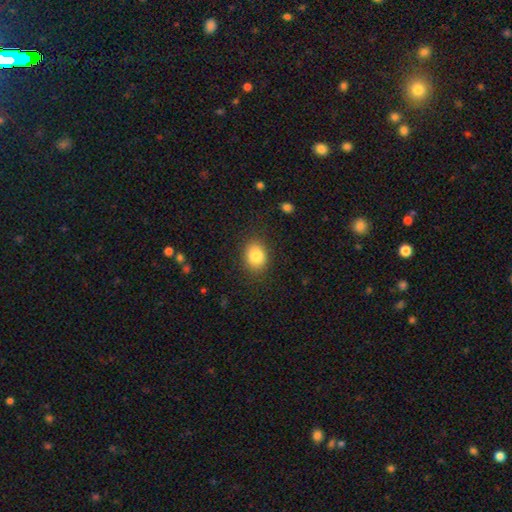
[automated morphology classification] smooth-or-featured: smooth: 84% | star or artifact: 9% | featured or disk: 7%
  how-rounded: in between: 56% | round: 43% | cigar-shaped: 1%
  merging: none: 85% | minor disturbance: 11% | major disturbance: 3% | merger: 1%